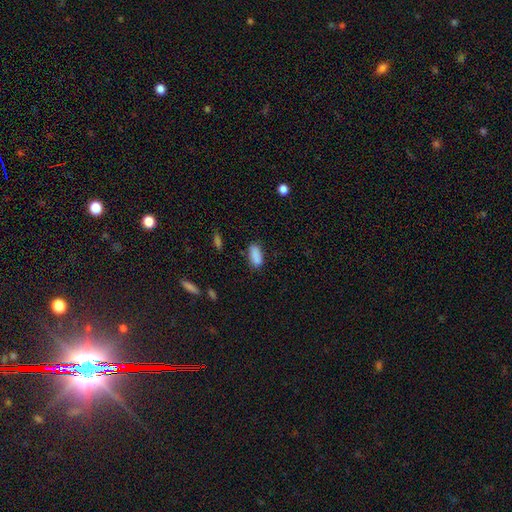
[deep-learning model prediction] The model was most divided on "merging": none: 82%, minor disturbance: 13%, major disturbance: 3%, merger: 2%. More confident: smooth or featured — smooth (88%); how rounded — in between (85%).